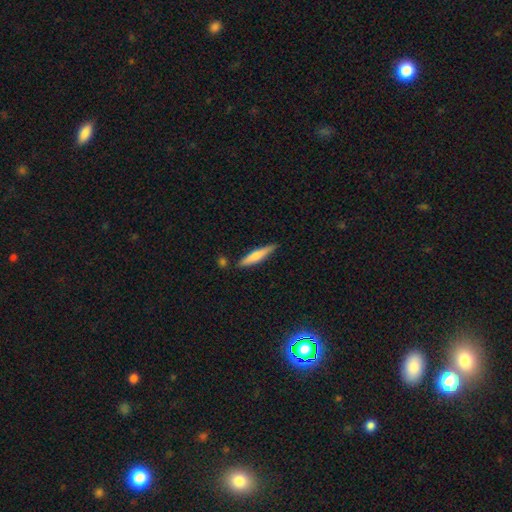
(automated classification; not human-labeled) Q: Smooth or featured?
A: smooth (66%); runner-up: featured or disk (28%)
Q: How rounded?
A: cigar-shaped (89%); runner-up: in between (9%)
Q: Merging?
A: none (83%); runner-up: minor disturbance (11%)